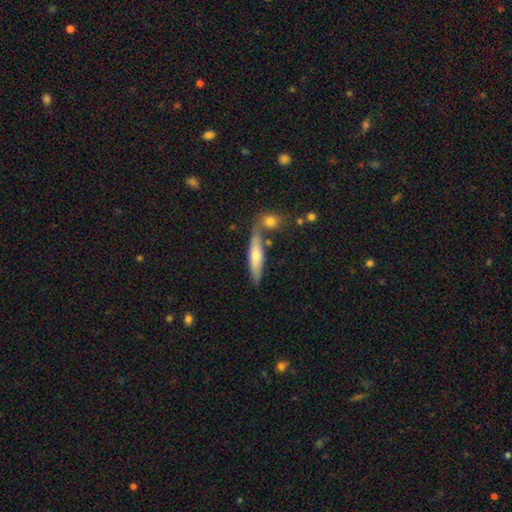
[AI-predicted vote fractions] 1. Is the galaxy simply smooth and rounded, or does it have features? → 47% smooth, 46% featured or disk, 7% star or artifact.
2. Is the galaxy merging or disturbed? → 70% none, 14% merger, 12% minor disturbance, 3% major disturbance.